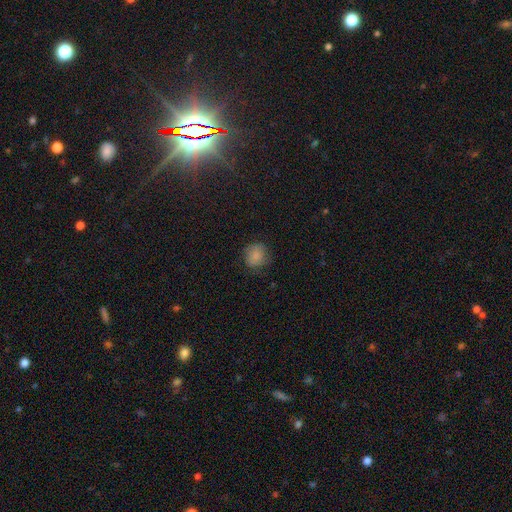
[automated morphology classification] A smooth galaxy with no disk features (80%) that is round (81%). Merging: none (71%).